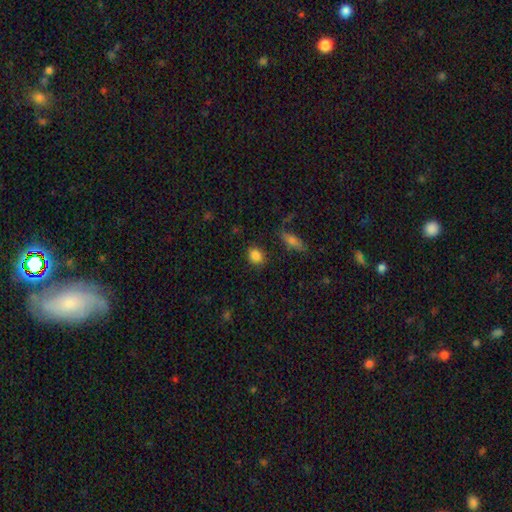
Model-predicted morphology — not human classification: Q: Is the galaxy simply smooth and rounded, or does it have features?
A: smooth — 85%.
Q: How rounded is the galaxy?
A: round — 49%, tied with in between.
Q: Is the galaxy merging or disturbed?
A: none — 84%.